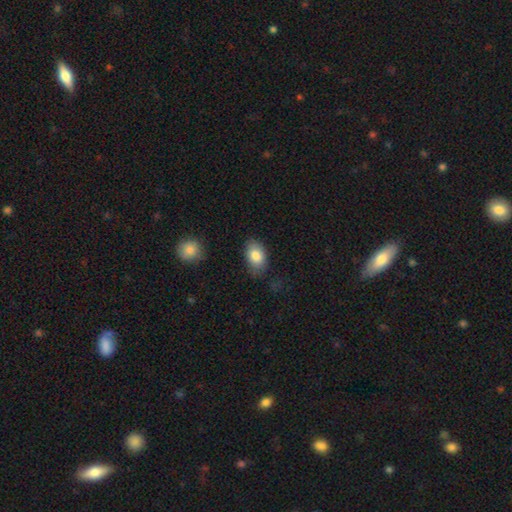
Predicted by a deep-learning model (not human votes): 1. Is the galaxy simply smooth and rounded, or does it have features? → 82% smooth, 10% featured or disk, 7% star or artifact.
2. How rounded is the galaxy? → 88% in between, 10% round, 1% cigar-shaped.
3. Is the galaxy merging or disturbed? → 73% none, 20% minor disturbance, 5% major disturbance, 2% merger.